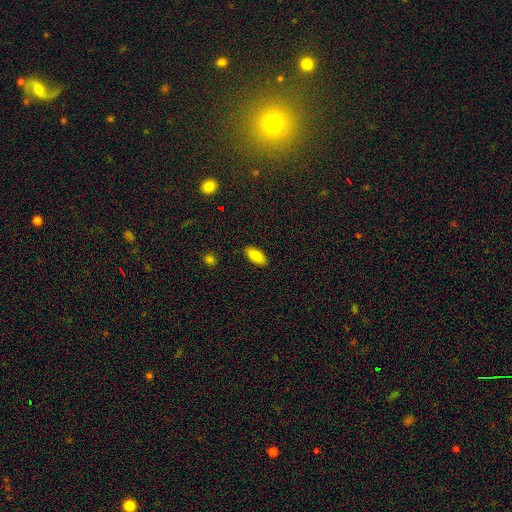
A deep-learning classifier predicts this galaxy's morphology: This appears to be a smooth galaxy with no disk features (84%) that is in between round and cigar-shaped (89%). Merging: none (89%).